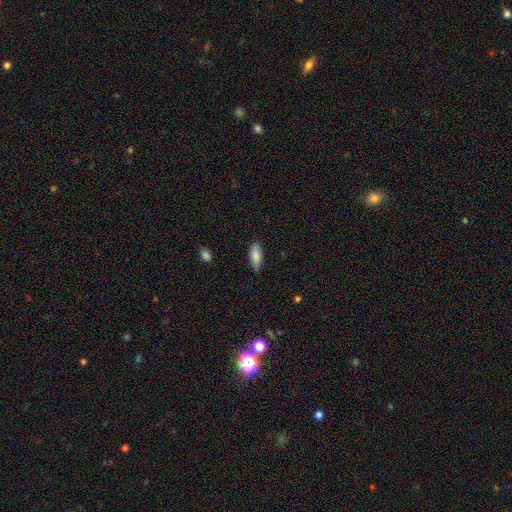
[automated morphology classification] This appears to be a smooth galaxy with no disk features (83%) that is in between round and cigar-shaped (74%). Merging: none (82%).